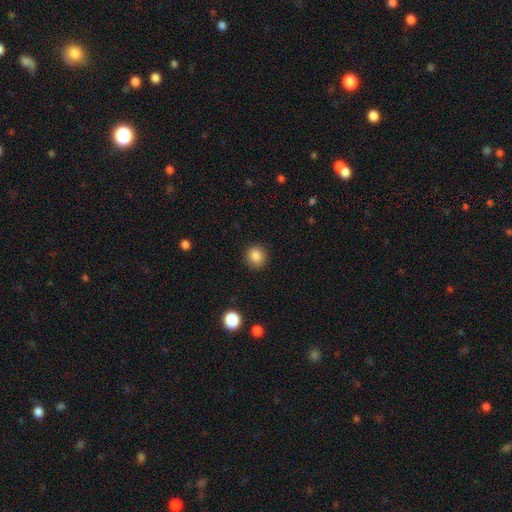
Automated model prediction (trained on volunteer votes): Smooth or featured? Predicted: smooth (p=0.85). How rounded? Predicted: round (p=0.91). Merging? Predicted: none (p=0.91).